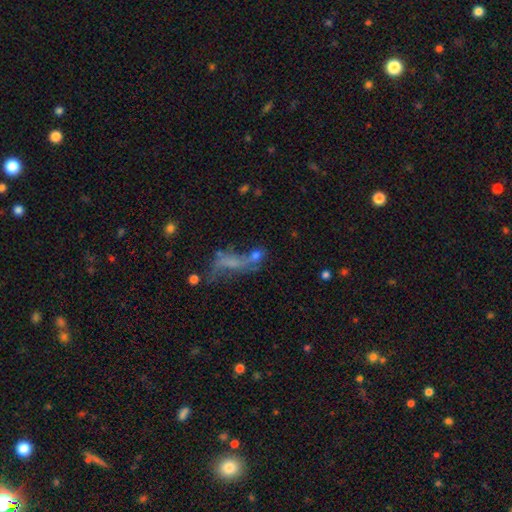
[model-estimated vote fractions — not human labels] Overall: featured or disk (43%; smooth 33%). Merging: none (32%; merger 27%).